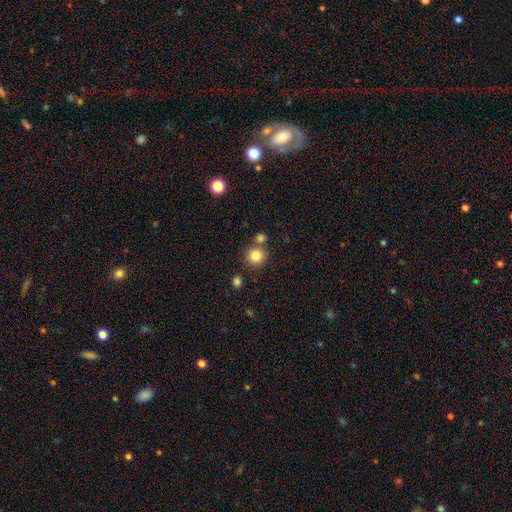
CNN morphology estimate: Smooth or featured?
  - smooth: 84% *
  - star or artifact: 11%
  - featured or disk: 5%
How rounded?
  - round: 91% *
  - in between: 8%
  - cigar-shaped: 1%
Merging?
  - none: 73% *
  - merger: 15%
  - minor disturbance: 8%
  - major disturbance: 3%